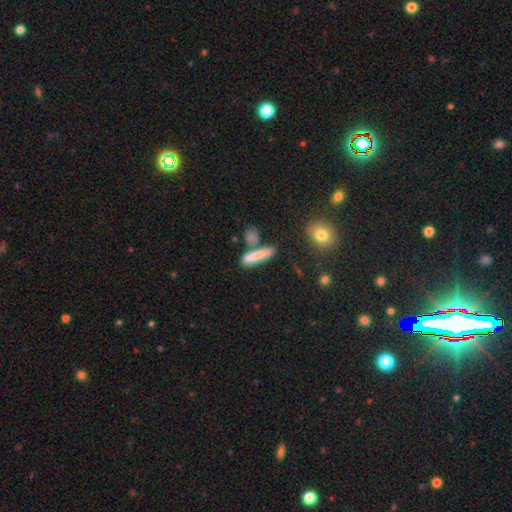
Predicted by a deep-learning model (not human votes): smooth-or-featured: smooth: 78% | featured or disk: 14% | star or artifact: 8%
  how-rounded: cigar-shaped: 72% | in between: 24% | round: 4%
  merging: none: 57% | merger: 20% | minor disturbance: 16% | major disturbance: 7%